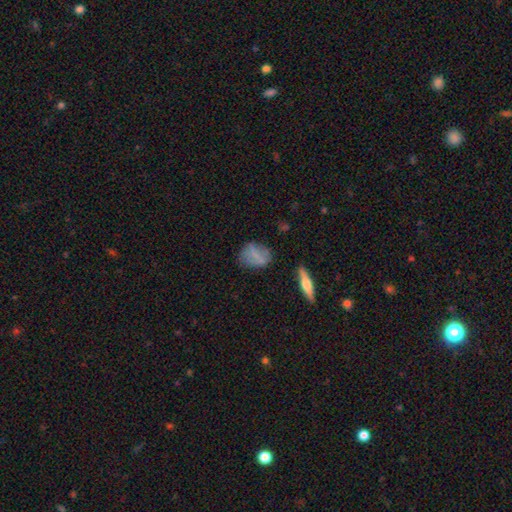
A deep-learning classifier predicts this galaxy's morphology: smooth-or-featured: smooth: 63% | featured or disk: 27% | star or artifact: 10%
  how-rounded: in between: 70% | round: 25% | cigar-shaped: 6%
  merging: none: 68% | minor disturbance: 22% | major disturbance: 8% | merger: 3%